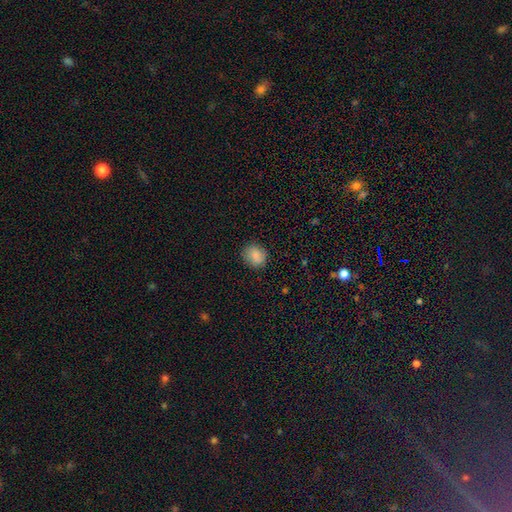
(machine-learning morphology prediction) smooth_or_featured: smooth (p=0.83) [alt: star or artifact p=0.09]
how_rounded: round (p=0.73) [alt: in between p=0.26]
merging: none (p=0.84) [alt: minor disturbance p=0.12]